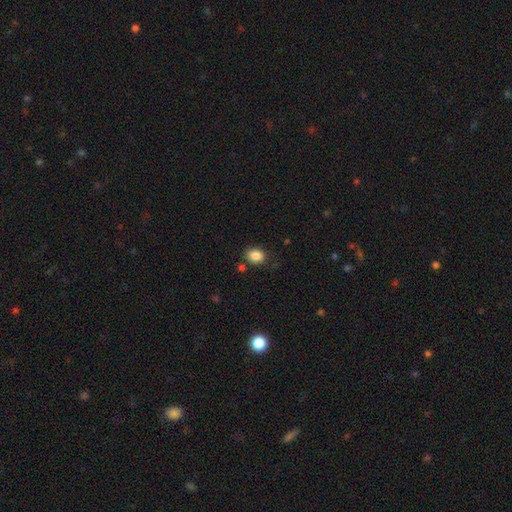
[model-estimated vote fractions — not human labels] Q: Smooth or featured?
A: smooth (86%); runner-up: star or artifact (9%)
Q: How rounded?
A: in between (62%); runner-up: round (37%)
Q: Merging?
A: none (81%); runner-up: minor disturbance (12%)